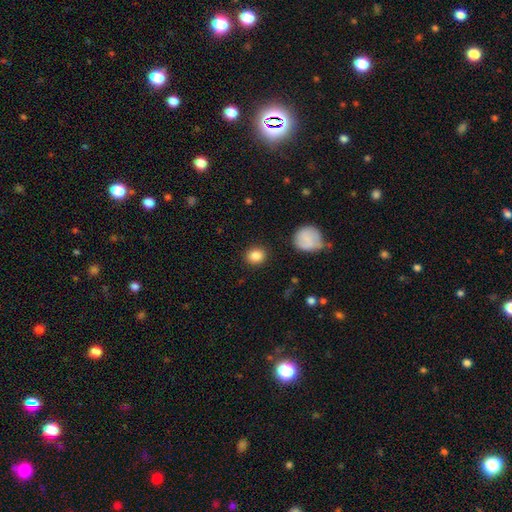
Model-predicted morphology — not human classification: This appears to be a smooth galaxy with no disk features (85%) that is round (74%). Merging: none (88%).